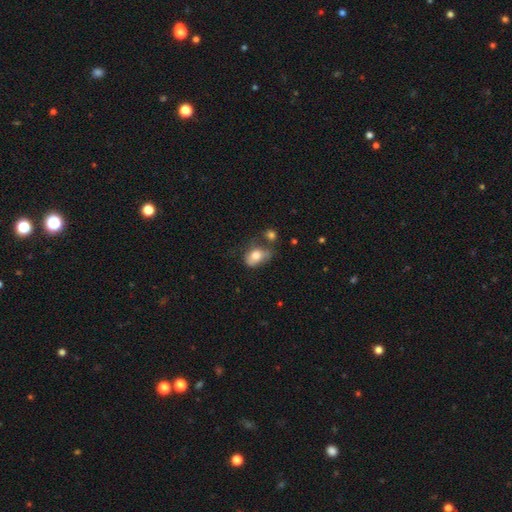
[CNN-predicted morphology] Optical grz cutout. It shows a smooth galaxy with no disk features (73%) that is in between round and cigar-shaped (80%). Merging: none (33%).